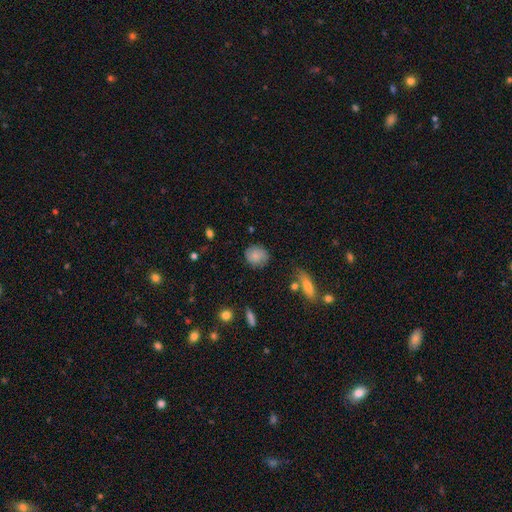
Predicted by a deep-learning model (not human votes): smooth_or_featured: smooth (p=0.71) [alt: featured or disk p=0.20]
how_rounded: round (p=0.77) [alt: in between p=0.21]
merging: none (p=0.77) [alt: minor disturbance p=0.16]